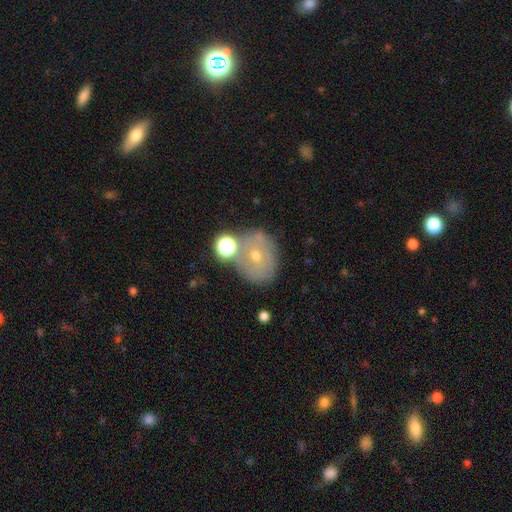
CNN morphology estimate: This is marginally a smooth galaxy (44%). Merging: possibly none (57%).